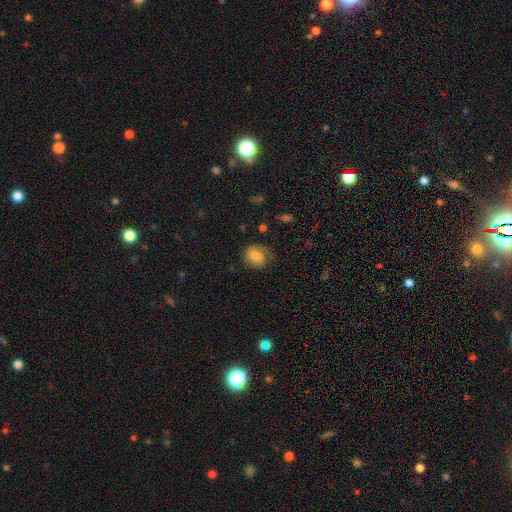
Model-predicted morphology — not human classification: Smooth or featured: smooth — 77% (featured or disk — 15%)
How rounded: round — 78% (in between — 21%)
Merging: none — 72% (minor disturbance — 20%)